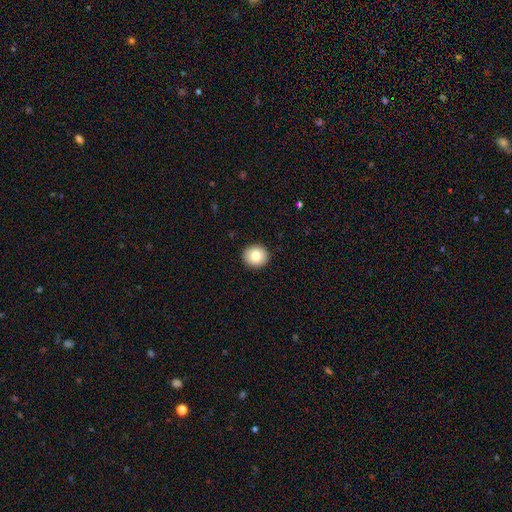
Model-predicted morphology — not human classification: Smooth or featured? smooth (82%)
How rounded? round (85%)
Merging? none (92%)